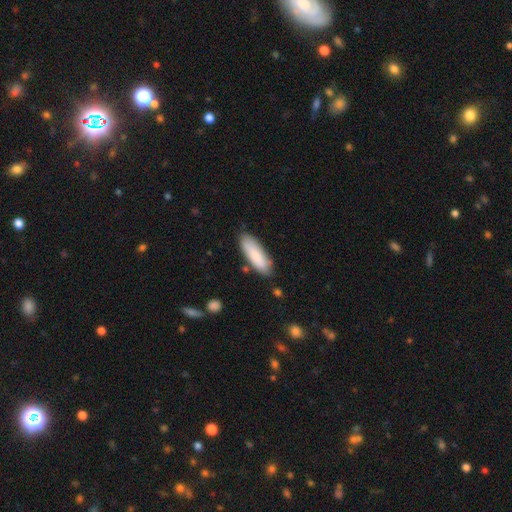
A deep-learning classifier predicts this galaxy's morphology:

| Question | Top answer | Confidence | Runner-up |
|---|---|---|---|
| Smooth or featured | smooth | 84% | featured or disk (10%) |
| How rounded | in between | 57% | cigar-shaped (41%) |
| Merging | none | 80% | minor disturbance (14%) |